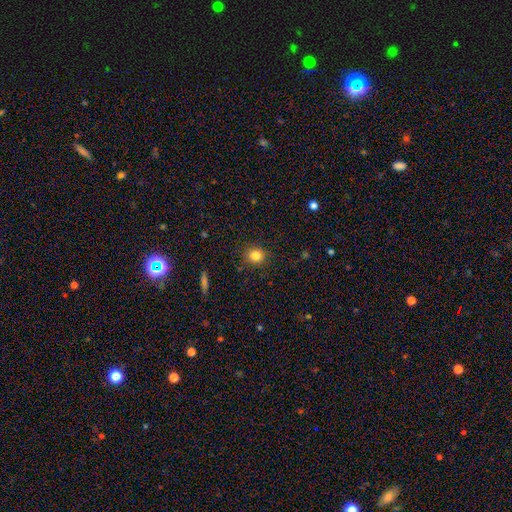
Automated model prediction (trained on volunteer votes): Smooth or featured?
  - smooth: 82% *
  - star or artifact: 11%
  - featured or disk: 6%
How rounded?
  - round: 84% *
  - in between: 15%
  - cigar-shaped: 1%
Merging?
  - none: 88% *
  - minor disturbance: 9%
  - major disturbance: 3%
  - merger: 1%